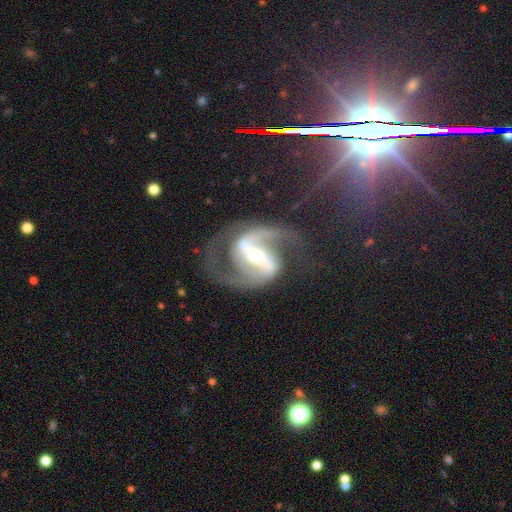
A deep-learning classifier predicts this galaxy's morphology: Smooth or featured?
  - featured or disk: 92% *
  - star or artifact: 5%
  - smooth: 3%
Edge-on disk?
  - no: 97% *
  - yes: 3%
Bar?
  - strong: 72% *
  - weak: 20%
  - no: 8%
Spiral arms?
  - yes: 98% *
  - no: 2%
Spiral winding?
  - medium: 60% *
  - loose: 24%
  - tight: 15%
Spiral arm count?
  - 2: 94% *
  - can't tell: 2%
  - 1: 1%
  - 3: 1%
  - 4: 1%
  - more than 4: 1%
Bulge size?
  - moderate: 48% *
  - small: 46%
  - large: 4%
  - none: 1%
  - dominant: 1%
Merging?
  - none: 74% *
  - minor disturbance: 12%
  - major disturbance: 12%
  - merger: 2%